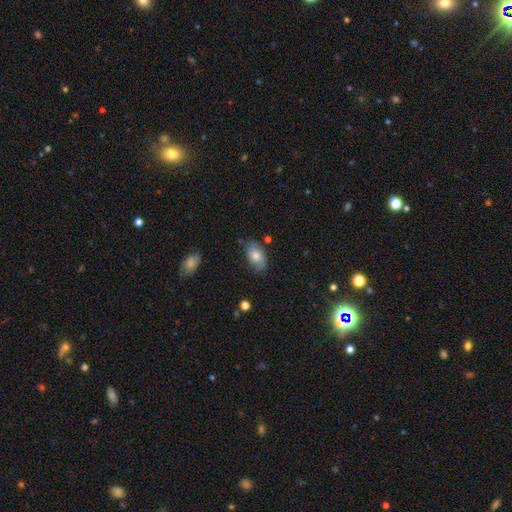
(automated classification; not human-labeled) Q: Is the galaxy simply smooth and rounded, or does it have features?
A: smooth — 73%.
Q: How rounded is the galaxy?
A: in between — 92%.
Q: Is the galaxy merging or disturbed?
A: none — 70%.